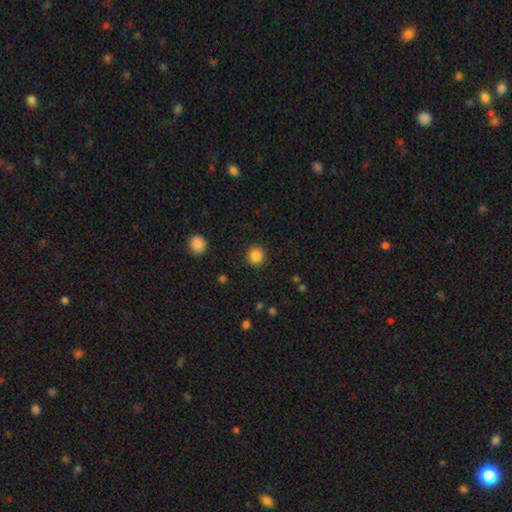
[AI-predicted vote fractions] Smooth or featured? smooth (86%)
How rounded? round (90%)
Merging? none (90%)